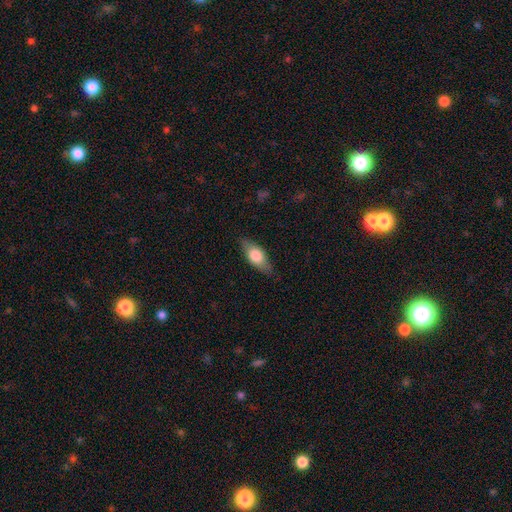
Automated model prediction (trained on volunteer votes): Morphology: type=smooth (63%); roundness=in between (76%); merging=none (82%).